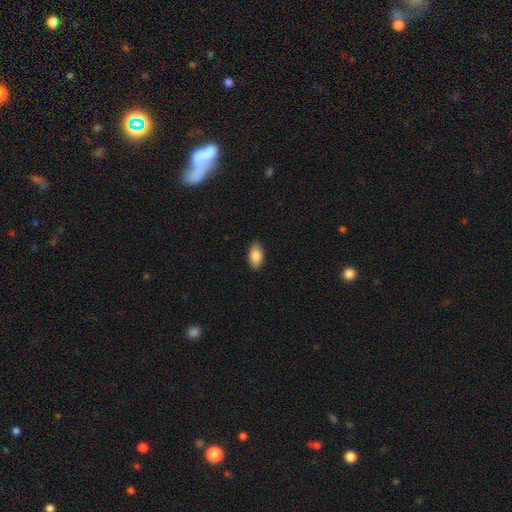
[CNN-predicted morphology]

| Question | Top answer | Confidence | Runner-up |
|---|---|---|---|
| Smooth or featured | smooth | 87% | star or artifact (7%) |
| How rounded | in between | 93% | round (4%) |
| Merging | none | 89% | minor disturbance (9%) |